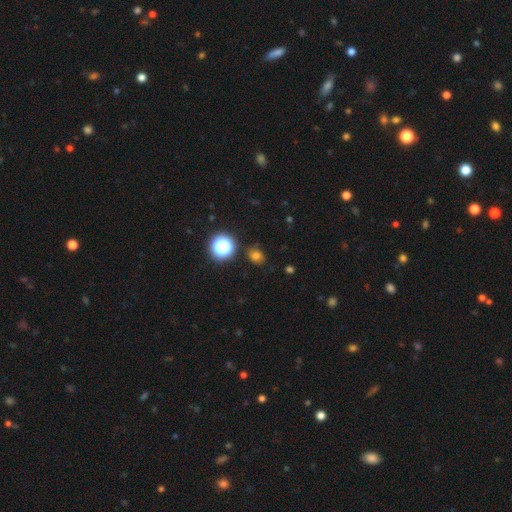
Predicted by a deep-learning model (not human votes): The model was most divided on "how rounded": round: 63%, in between: 36%, cigar-shaped: 1%. More confident: merging — none (83%); smooth or featured — smooth (73%).